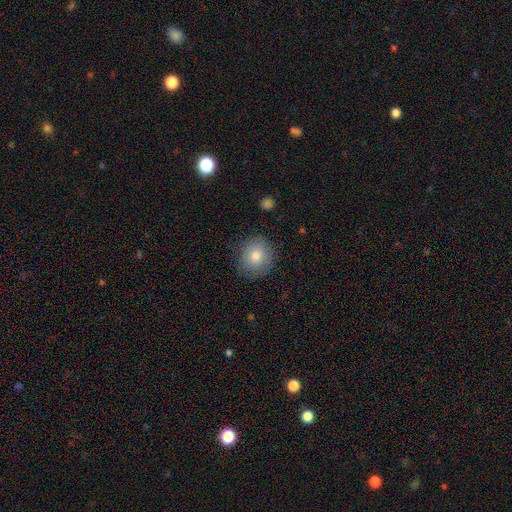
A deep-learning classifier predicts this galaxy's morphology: smooth 79%, featured or disk 11%, star or artifact 10%. Down the decision tree: how rounded — round (86%); merging — none (85%).